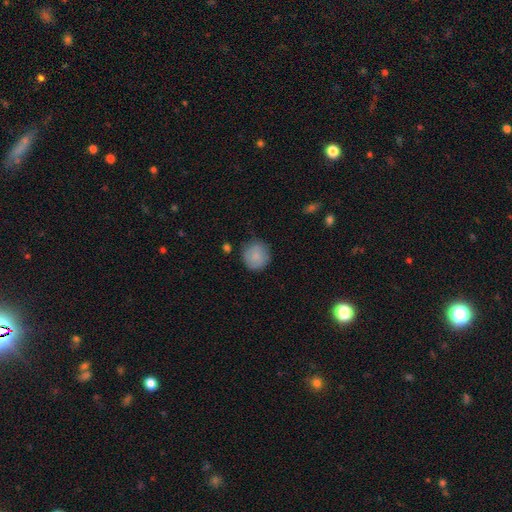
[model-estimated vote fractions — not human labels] smooth_or_featured: smooth (p=0.85) [alt: featured or disk p=0.08]
how_rounded: round (p=0.89) [alt: in between p=0.11]
merging: none (p=0.78) [alt: minor disturbance p=0.16]